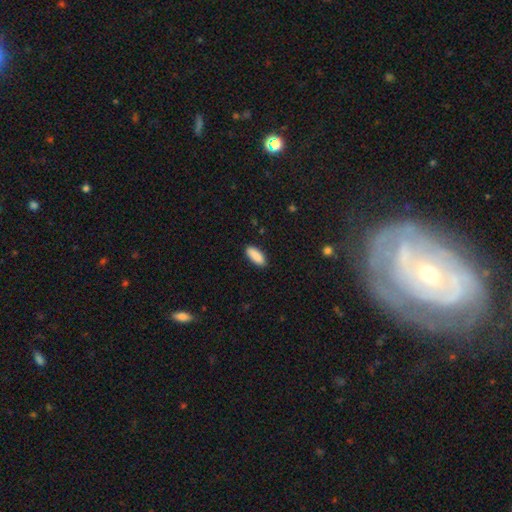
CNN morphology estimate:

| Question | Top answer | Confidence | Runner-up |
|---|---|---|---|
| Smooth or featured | smooth | 90% | star or artifact (6%) |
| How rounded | in between | 75% | cigar-shaped (23%) |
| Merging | none | 89% | minor disturbance (8%) |